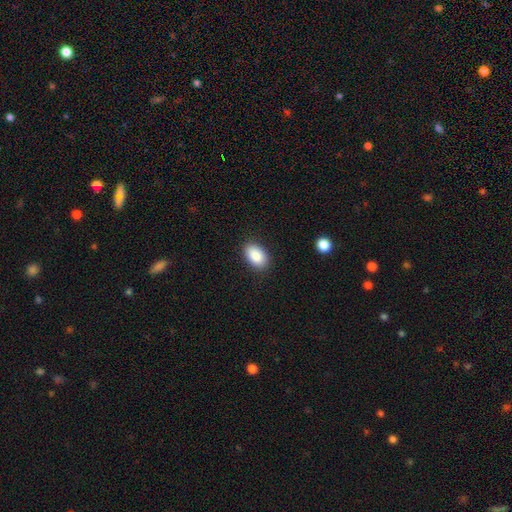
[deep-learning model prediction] Smooth or featured? Predicted: smooth (p=0.90). How rounded? Predicted: in between (p=0.91). Merging? Predicted: none (p=0.87).